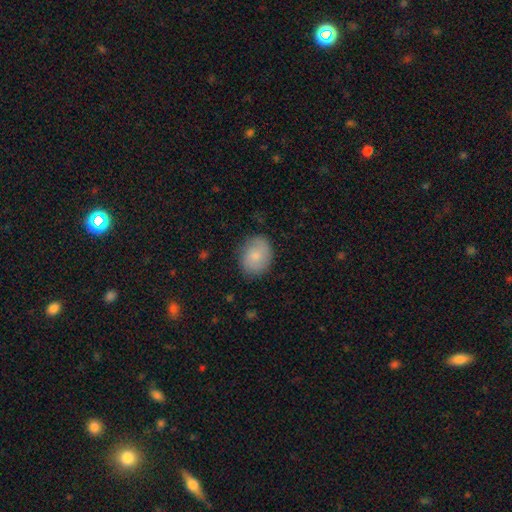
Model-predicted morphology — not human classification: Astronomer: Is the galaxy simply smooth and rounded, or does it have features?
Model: smooth — 76%.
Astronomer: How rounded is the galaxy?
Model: in between — 55% (runner-up: round, 44%).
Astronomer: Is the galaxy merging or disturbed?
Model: none — 80%.